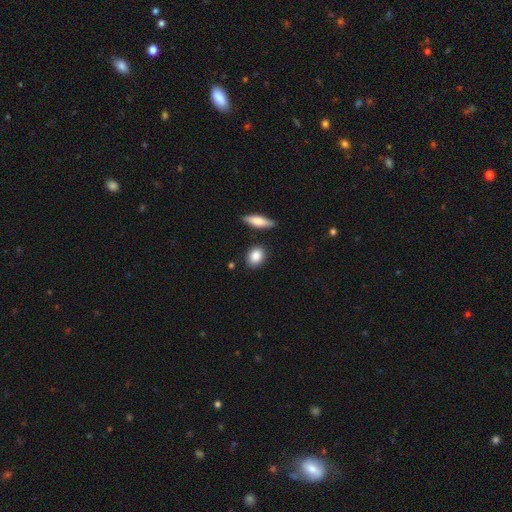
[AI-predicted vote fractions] Smooth or featured? smooth (86%)
How rounded? in between (59%)
Merging? none (82%)